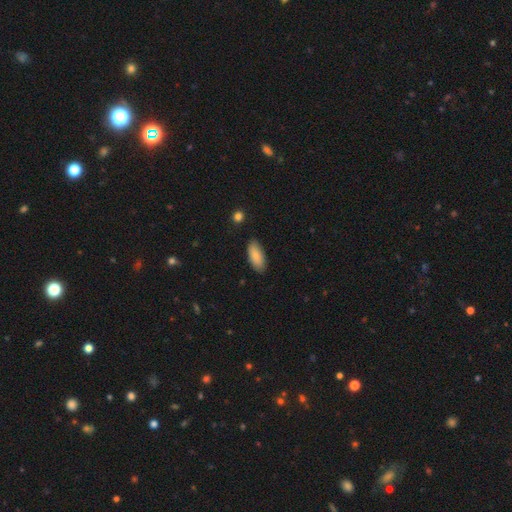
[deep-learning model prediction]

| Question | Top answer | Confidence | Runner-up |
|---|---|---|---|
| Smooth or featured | smooth | 86% | featured or disk (8%) |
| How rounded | in between | 85% | cigar-shaped (14%) |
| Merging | none | 85% | minor disturbance (12%) |